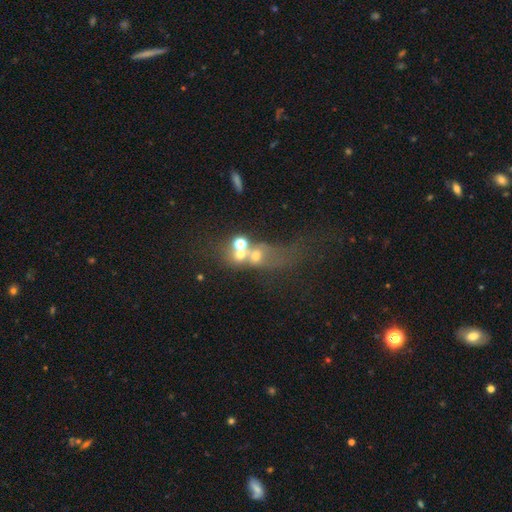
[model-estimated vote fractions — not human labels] Smooth or featured?
  - smooth: 45% *
  - featured or disk: 31%
  - star or artifact: 24%
Merging?
  - merger: 50% *
  - none: 24%
  - major disturbance: 17%
  - minor disturbance: 9%